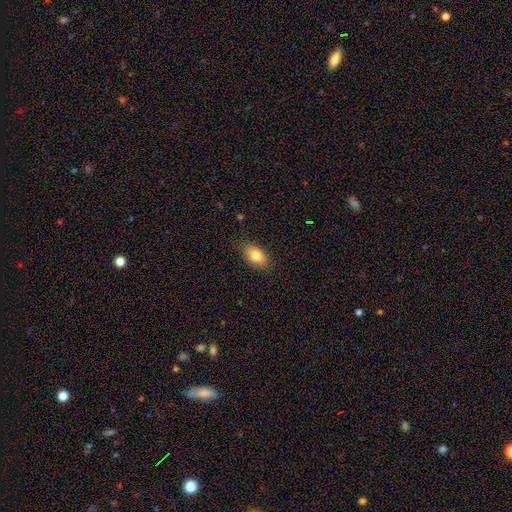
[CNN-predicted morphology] Q: Smooth or featured?
A: smooth (80%); runner-up: featured or disk (12%)
Q: How rounded?
A: in between (89%); runner-up: round (8%)
Q: Merging?
A: none (84%); runner-up: minor disturbance (12%)